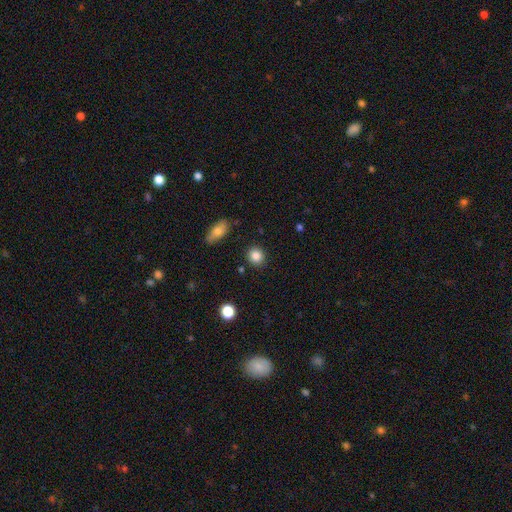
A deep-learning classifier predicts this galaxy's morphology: Q: Smooth or featured?
A: smooth (86%); runner-up: star or artifact (9%)
Q: How rounded?
A: round (84%); runner-up: in between (14%)
Q: Merging?
A: none (89%); runner-up: minor disturbance (7%)